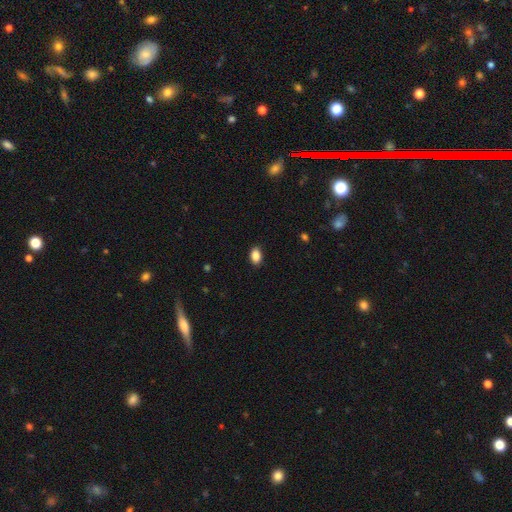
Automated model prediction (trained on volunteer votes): This is clearly a smooth galaxy (88%). How rounded: clearly in between (88%). Merging: clearly none (88%).